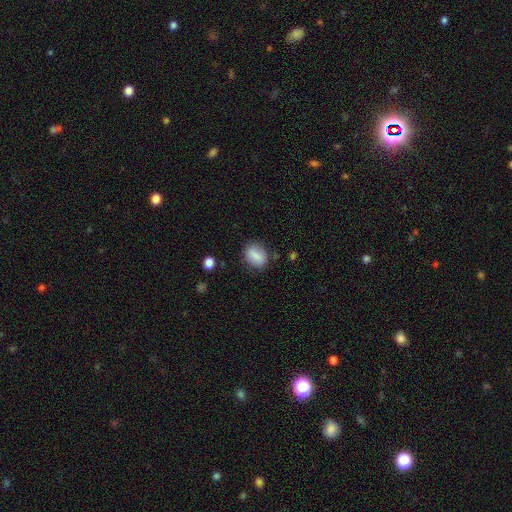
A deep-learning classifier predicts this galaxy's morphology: type=smooth (83%); roundness=in between (74%); merging=none (78%).